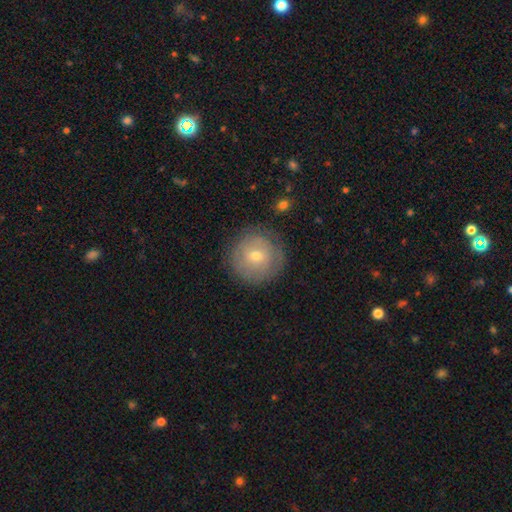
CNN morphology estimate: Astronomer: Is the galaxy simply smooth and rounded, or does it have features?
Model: smooth — 54% (runner-up: featured or disk, 37%).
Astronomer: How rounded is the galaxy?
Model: round — 95%.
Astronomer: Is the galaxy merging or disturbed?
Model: none — 83%.